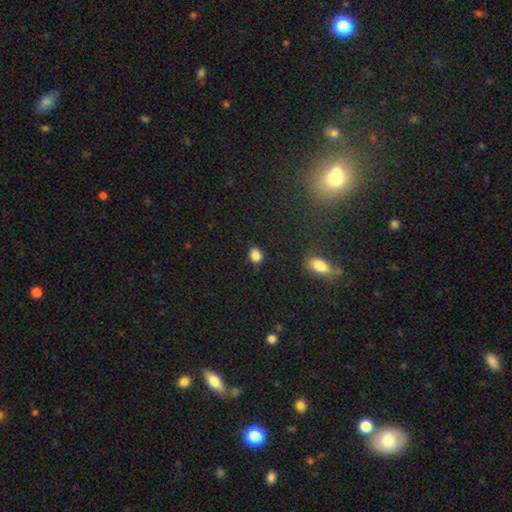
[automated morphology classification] A smooth galaxy with no disk features (85%) that is round (56%). Merging: none (77%).